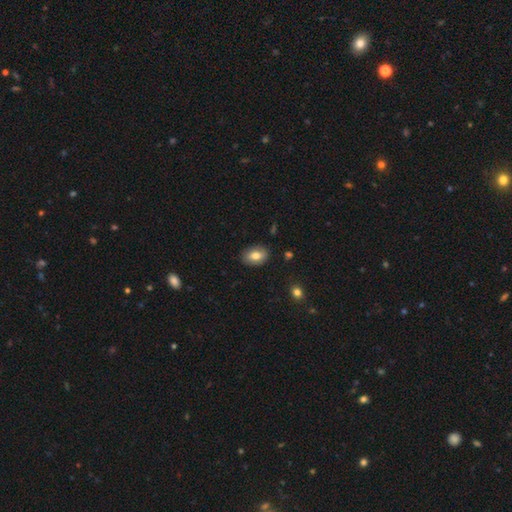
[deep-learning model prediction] Morphology: type=smooth (77%); roundness=in between (82%); merging=none (86%).